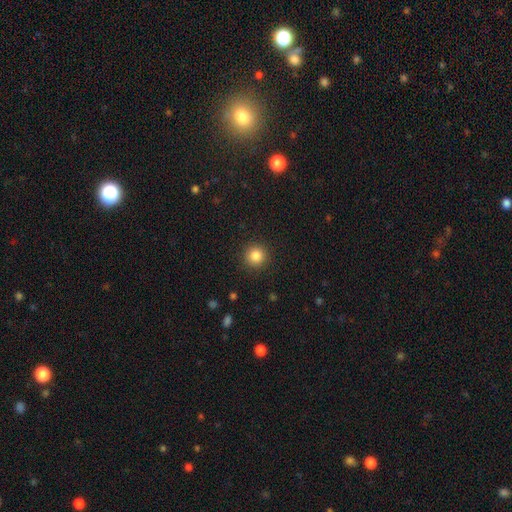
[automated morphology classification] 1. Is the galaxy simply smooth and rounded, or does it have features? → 85% smooth, 11% star or artifact, 4% featured or disk.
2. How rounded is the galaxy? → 93% round, 6% in between, 1% cigar-shaped.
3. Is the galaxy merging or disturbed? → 91% none, 6% minor disturbance, 2% major disturbance, 1% merger.